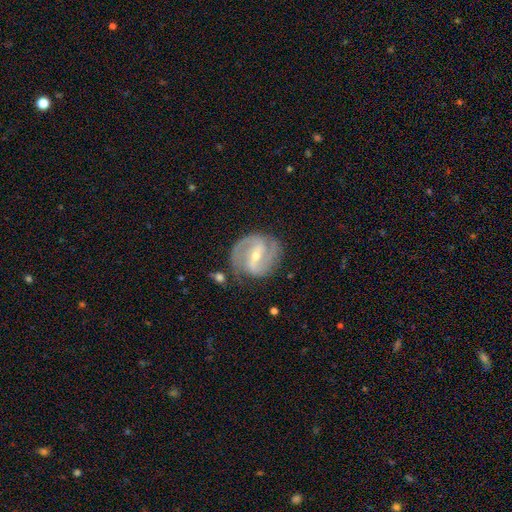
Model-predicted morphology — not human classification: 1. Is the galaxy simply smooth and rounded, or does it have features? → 89% featured or disk, 7% smooth, 5% star or artifact.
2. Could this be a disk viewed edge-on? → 97% no, 3% yes.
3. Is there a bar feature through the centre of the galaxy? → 49% strong, 40% weak, 11% no.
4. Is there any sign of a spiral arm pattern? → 96% yes, 4% no.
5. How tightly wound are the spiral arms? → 52% medium, 34% tight, 14% loose.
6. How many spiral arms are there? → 80% 2, 10% 3, 5% can't tell, 2% 1, 2% 4, 2% more than 4.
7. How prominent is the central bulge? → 53% small, 44% moderate, 1% large, 1% none, 1% dominant.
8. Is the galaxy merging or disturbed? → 75% none, 16% minor disturbance, 6% major disturbance, 3% merger.